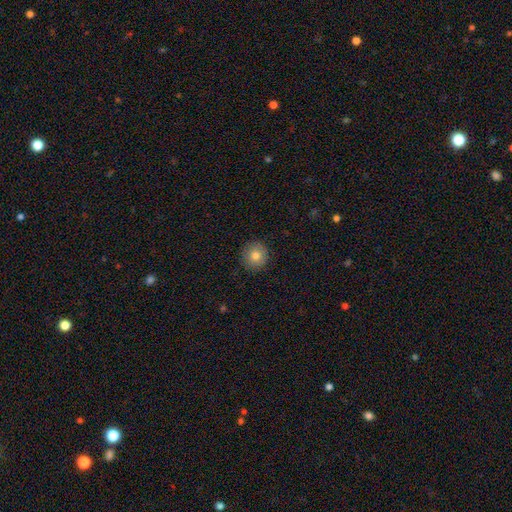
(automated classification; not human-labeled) Overall: smooth (80%). How rounded: round (92%). Merging: none (91%).